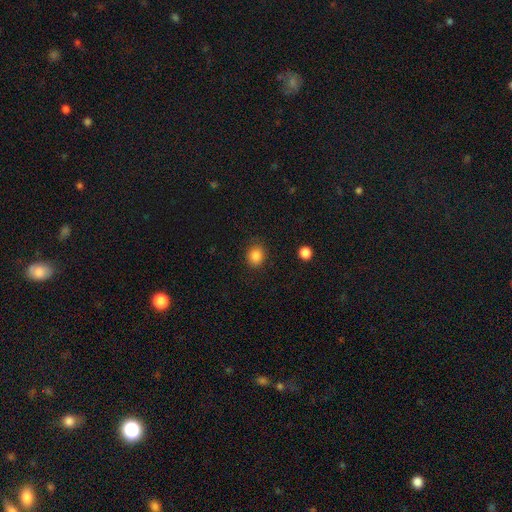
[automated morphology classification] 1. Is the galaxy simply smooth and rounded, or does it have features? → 85% smooth, 11% star or artifact, 4% featured or disk.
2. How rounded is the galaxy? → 66% round, 33% in between, 1% cigar-shaped.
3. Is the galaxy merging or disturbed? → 84% none, 11% minor disturbance, 3% major disturbance, 1% merger.